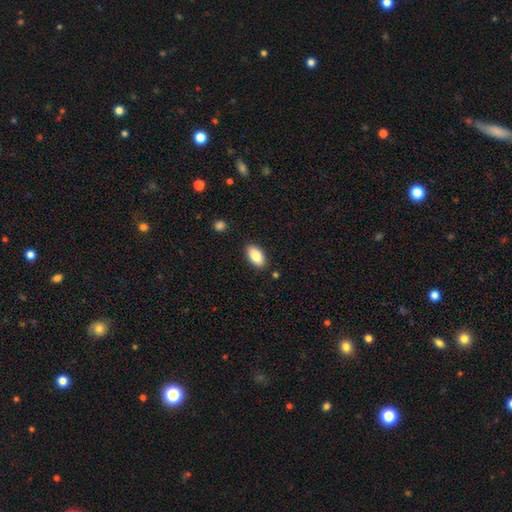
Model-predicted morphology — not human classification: smooth 85%, featured or disk 8%, star or artifact 7%. Down the decision tree: how rounded — in between (93%); merging — none (87%).